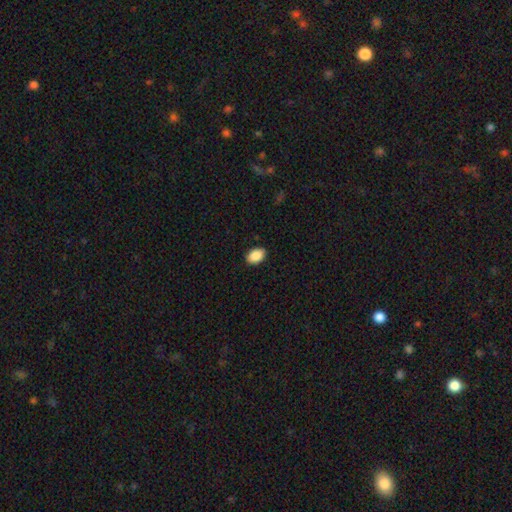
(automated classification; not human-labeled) The model was most divided on "how rounded": in between: 87%, round: 12%, cigar-shaped: 1%. More confident: smooth or featured — smooth (90%); merging — none (89%).